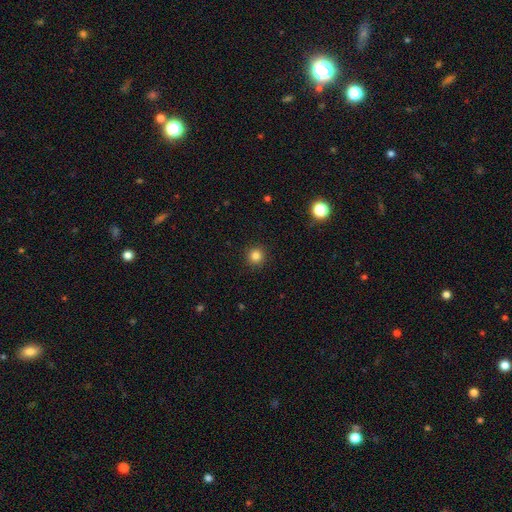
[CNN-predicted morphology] A smooth galaxy with no disk features (83%) that is round (95%).

Vote fractions:
- Smooth or featured? smooth: 83% / star or artifact: 13% / featured or disk: 4%
- How rounded? round: 95% / in between: 4% / cigar-shaped: 1%
- Merging? none: 92% / minor disturbance: 5% / major disturbance: 2% / merger: 1%